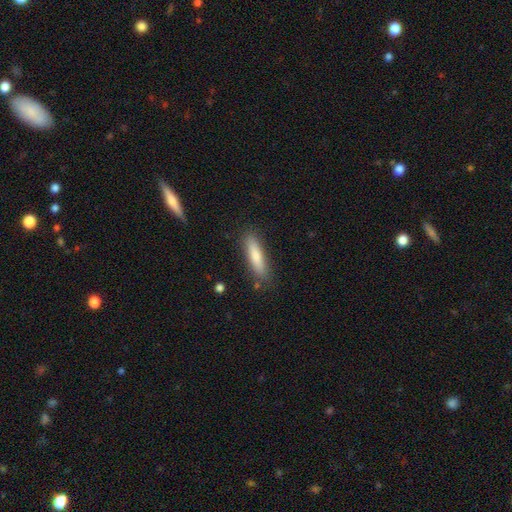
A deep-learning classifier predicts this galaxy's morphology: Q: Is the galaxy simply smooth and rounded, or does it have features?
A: smooth — 76%.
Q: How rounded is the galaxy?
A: cigar-shaped — 79%.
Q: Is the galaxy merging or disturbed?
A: none — 85%.